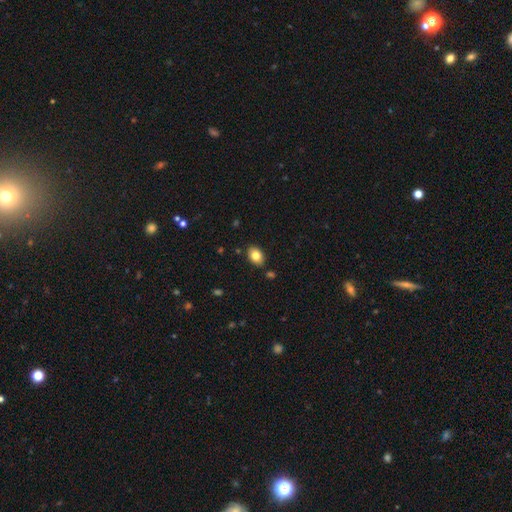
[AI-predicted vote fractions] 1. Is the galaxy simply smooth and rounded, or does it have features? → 81% smooth, 10% featured or disk, 8% star or artifact.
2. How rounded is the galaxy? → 81% in between, 18% round, 1% cigar-shaped.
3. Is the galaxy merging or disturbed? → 86% none, 10% minor disturbance, 3% merger, 2% major disturbance.